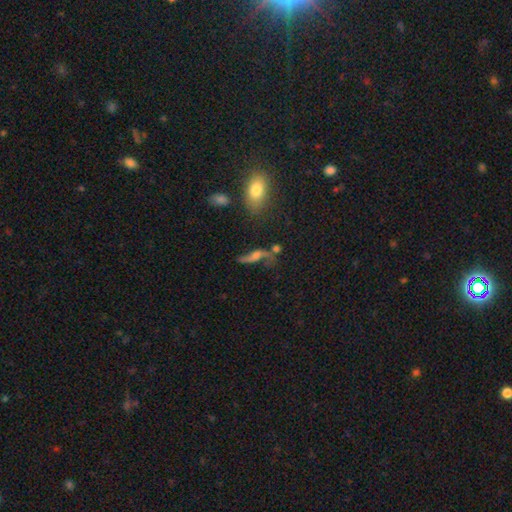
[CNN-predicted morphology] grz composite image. It shows a featured or disk galaxy (64%) with no bar (58%), spiral arms (84%) and a small central bulge (32%). Merging: none (45%).